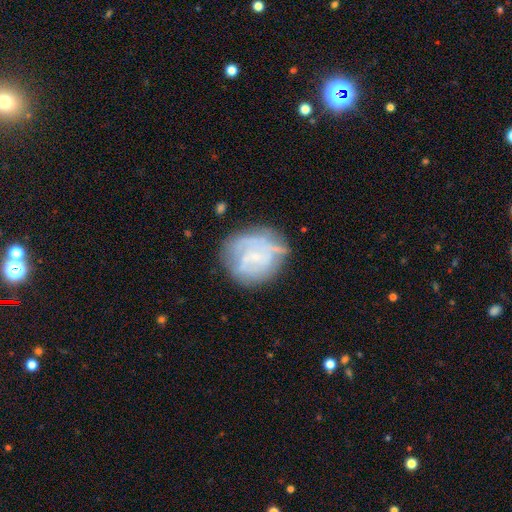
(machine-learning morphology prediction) The model was most divided on "spiral arms": yes: 59%, no: 41%. More confident: edge-on disk — no (98%); bar — no (64%); smooth or featured — featured or disk (62%); bulge size — small (61%); merging — none (57%).